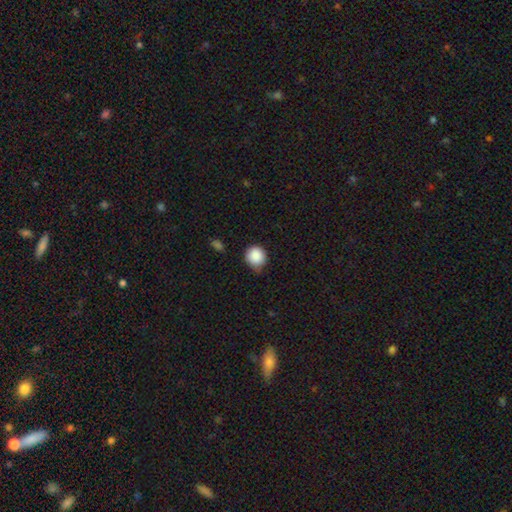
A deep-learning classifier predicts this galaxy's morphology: Smooth or featured? Predicted: smooth (p=0.88). How rounded? Predicted: round (p=0.91). Merging? Predicted: none (p=0.66).